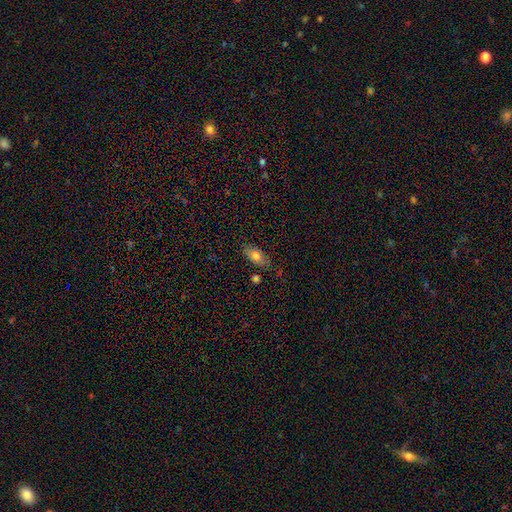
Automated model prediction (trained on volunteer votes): Smooth or featured? smooth (76%)
How rounded? in between (88%)
Merging? none (77%)